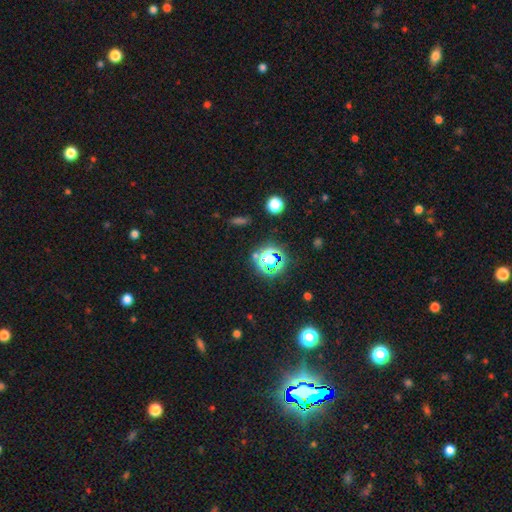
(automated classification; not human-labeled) smooth_or_featured: star or artifact (p=0.79) [alt: smooth p=0.14]